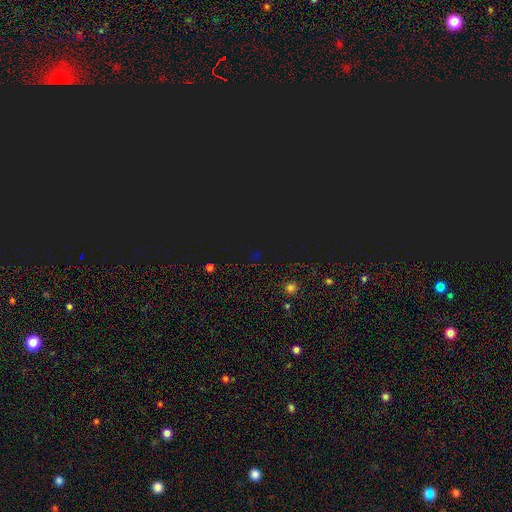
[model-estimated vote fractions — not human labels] Smooth or featured?
  - star or artifact: 77% *
  - smooth: 17%
  - featured or disk: 6%